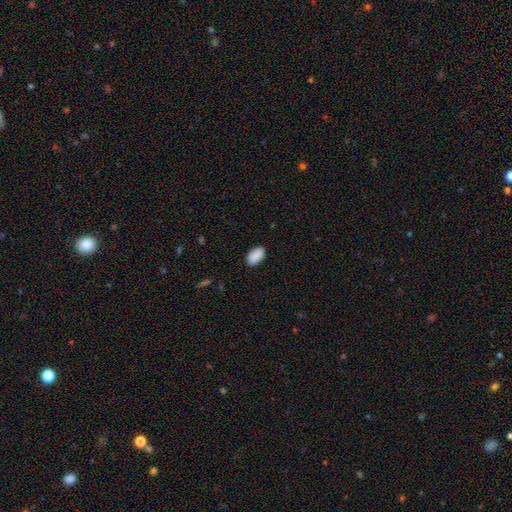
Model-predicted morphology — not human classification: Smooth or featured: smooth — 90% (star or artifact — 7%)
How rounded: in between — 94% (round — 4%)
Merging: none — 87% (minor disturbance — 10%)